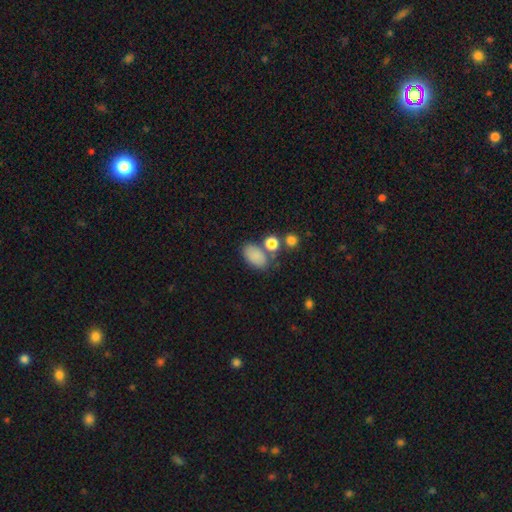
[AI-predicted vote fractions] Smooth or featured? smooth (82%)
How rounded? in between (89%)
Merging? none (65%)